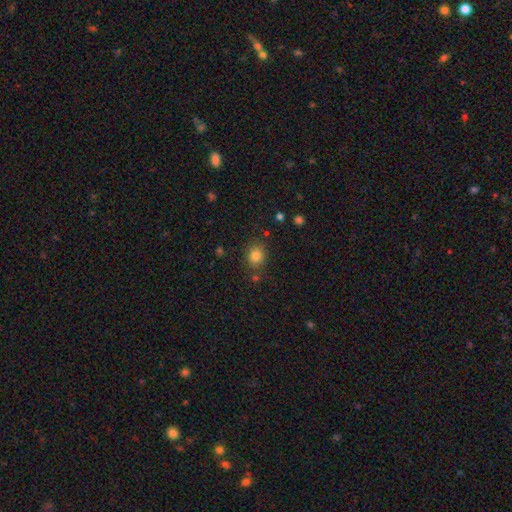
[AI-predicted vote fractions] Smooth or featured: smooth — 82% (star or artifact — 12%)
How rounded: round — 72% (in between — 27%)
Merging: none — 80% (minor disturbance — 11%)